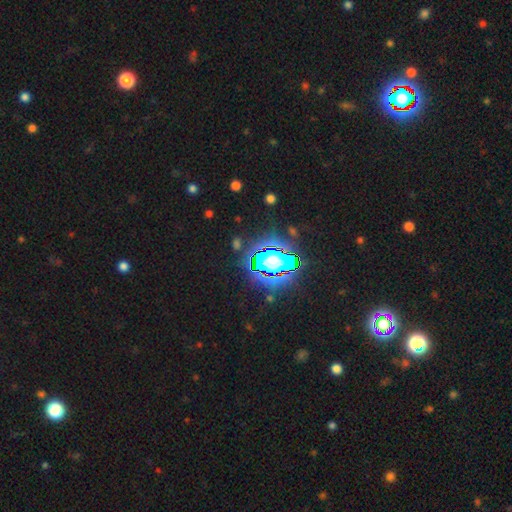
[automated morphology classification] star or artifact 79%, smooth 12%, featured or disk 9%.